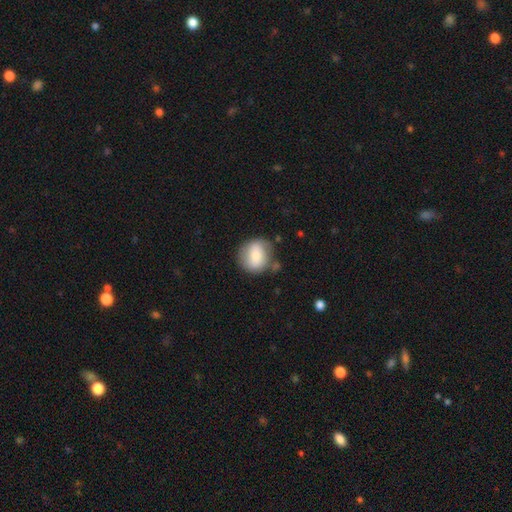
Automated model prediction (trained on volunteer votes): smooth-or-featured: smooth: 69% | featured or disk: 23% | star or artifact: 7%
  how-rounded: round: 79% | in between: 20% | cigar-shaped: 1%
  merging: none: 68% | minor disturbance: 19% | major disturbance: 7% | merger: 6%